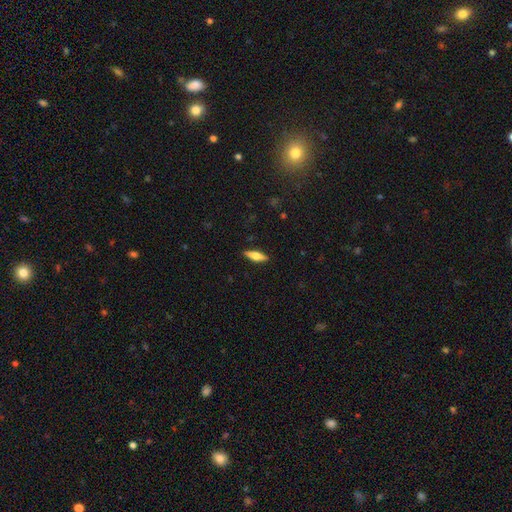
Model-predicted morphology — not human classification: A smooth galaxy with no disk features (50%) that is cigar-shaped (53%).

Vote fractions:
- Smooth or featured? smooth: 50% / featured or disk: 43% / star or artifact: 6%
- How rounded? cigar-shaped: 53% / in between: 44% / round: 3%
- Merging? none: 89% / minor disturbance: 8% / major disturbance: 2% / merger: 1%